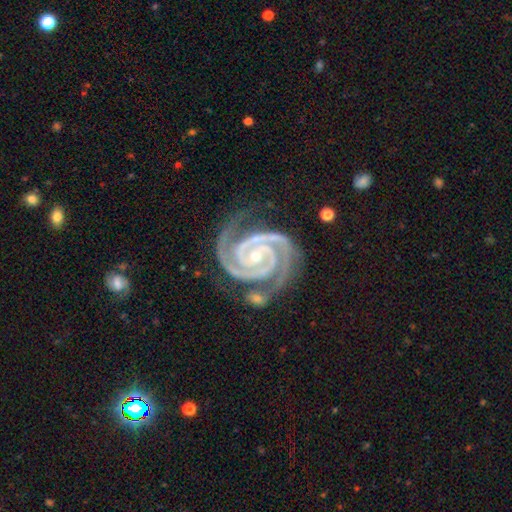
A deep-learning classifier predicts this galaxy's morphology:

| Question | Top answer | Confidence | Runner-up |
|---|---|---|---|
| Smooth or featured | featured or disk | 95% | star or artifact (4%) |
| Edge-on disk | no | 98% | yes (2%) |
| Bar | no | 53% | weak (26%) |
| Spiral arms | yes | 99% | no (1%) |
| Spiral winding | tight | 81% | medium (17%) |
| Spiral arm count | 2 | 80% | 3 (12%) |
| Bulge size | small | 70% | moderate (27%) |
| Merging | none | 70% | minor disturbance (19%) |